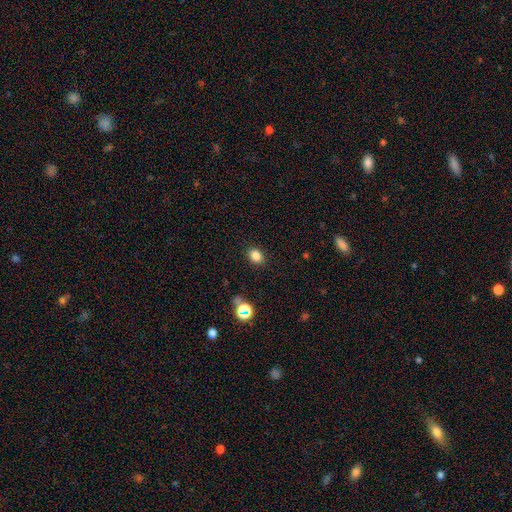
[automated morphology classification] smooth 83%, star or artifact 13%, featured or disk 5%. Down the decision tree: how rounded — in between (54%); merging — none (88%).